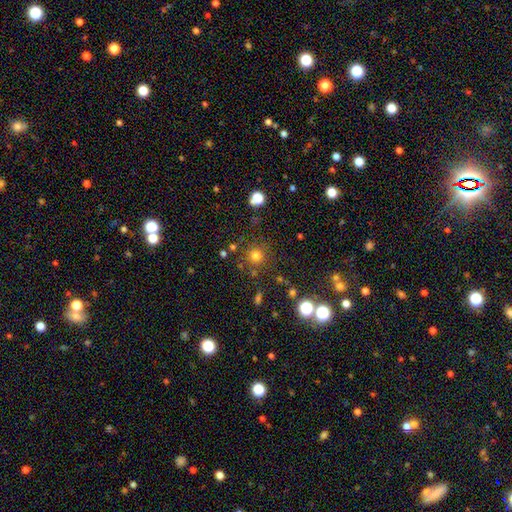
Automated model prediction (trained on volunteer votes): Morphology: type=smooth (74%); roundness=round (94%); merging=none (82%).